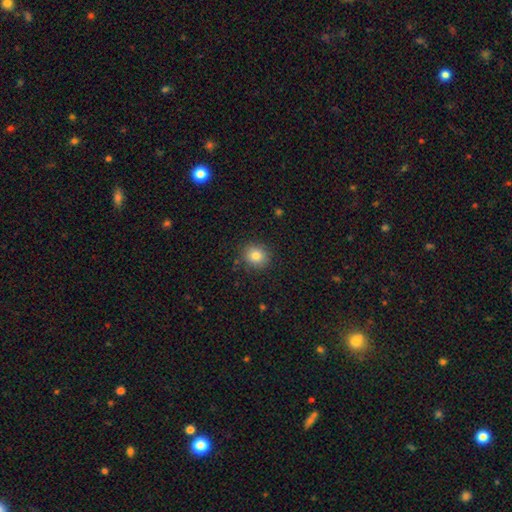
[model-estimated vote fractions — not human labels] smooth 81%, star or artifact 11%, featured or disk 7%. Down the decision tree: how rounded — round (82%); merging — none (88%).